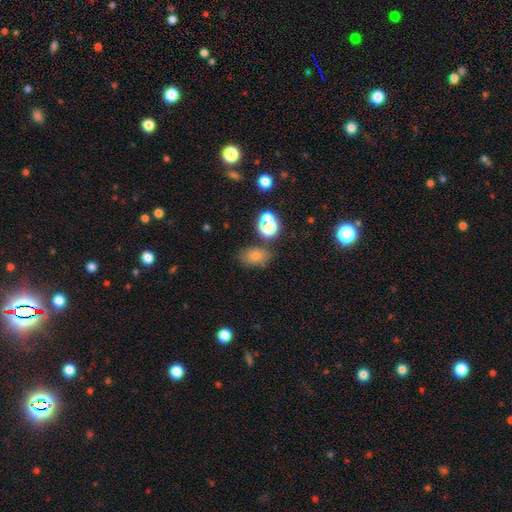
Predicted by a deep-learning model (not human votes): The model was most divided on "merging": none: 68%, minor disturbance: 16%, merger: 10%, major disturbance: 5%. More confident: how rounded — in between (77%); smooth or featured — smooth (73%).